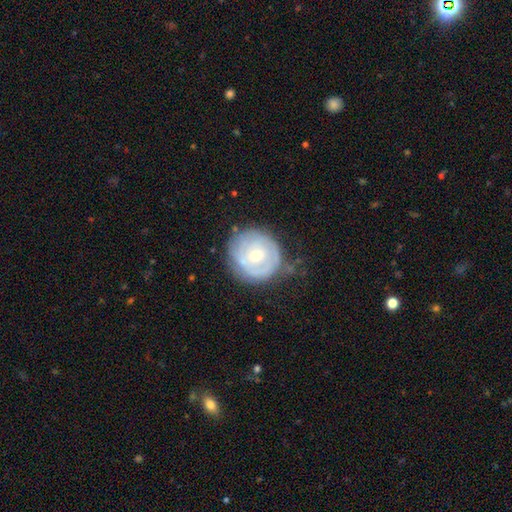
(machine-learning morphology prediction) Overall: featured or disk (58%; smooth 35%). Edge-on disk: no (97%). Bar: no (75%). Spiral arms: yes (51%; no 49%). Bulge size: moderate (51%; small 45%). Merging: none (65%).